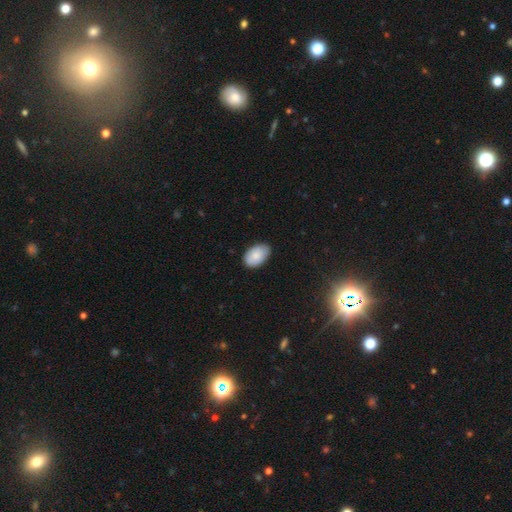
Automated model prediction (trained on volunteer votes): This is clearly a smooth galaxy (83%). How rounded: clearly in between (92%). Merging: likely none (79%).